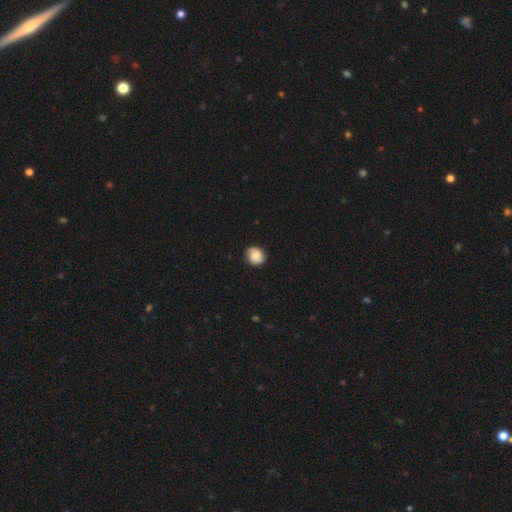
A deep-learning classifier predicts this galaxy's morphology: This is likely a smooth galaxy (76%). How rounded: likely round (76%). Merging: clearly none (80%).